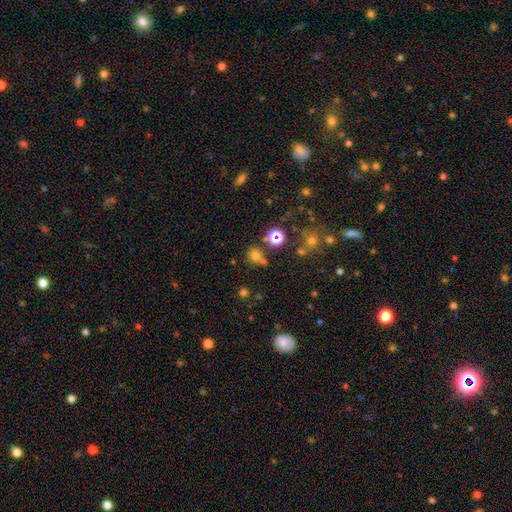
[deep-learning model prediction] The model was most divided on "smooth or featured": smooth: 65%, star or artifact: 26%, featured or disk: 9%. More confident: how rounded — round (79%); merging — none (64%).